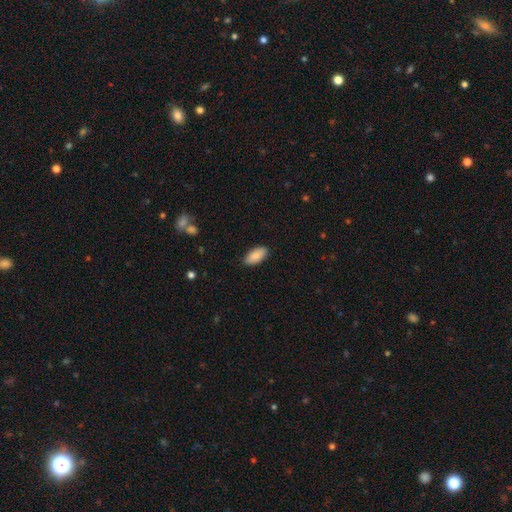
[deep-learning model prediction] Smooth or featured: smooth — 87% (featured or disk — 7%)
How rounded: in between — 93% (cigar-shaped — 5%)
Merging: none — 88% (minor disturbance — 9%)